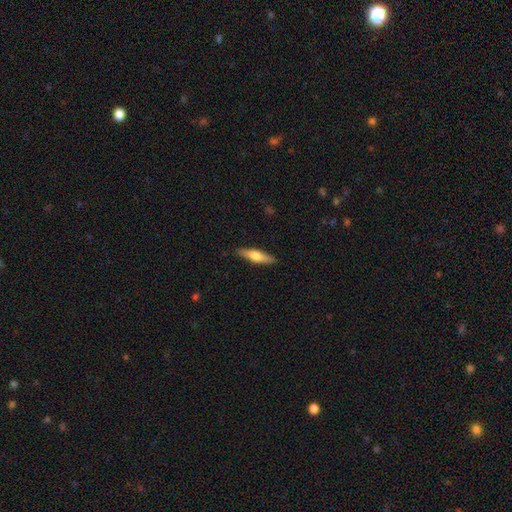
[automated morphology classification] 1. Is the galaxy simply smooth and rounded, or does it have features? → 49% smooth, 45% featured or disk, 5% star or artifact.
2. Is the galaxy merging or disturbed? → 89% none, 8% minor disturbance, 2% major disturbance, 1% merger.